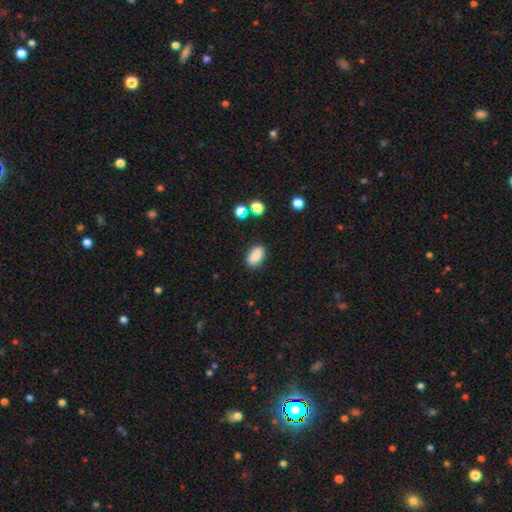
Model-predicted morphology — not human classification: A smooth galaxy with no disk features (87%) that is in between round and cigar-shaped (90%).

Vote fractions:
- Smooth or featured? smooth: 87% / star or artifact: 8% / featured or disk: 5%
- How rounded? in between: 90% / round: 5% / cigar-shaped: 5%
- Merging? none: 85% / minor disturbance: 11% / major disturbance: 3% / merger: 2%